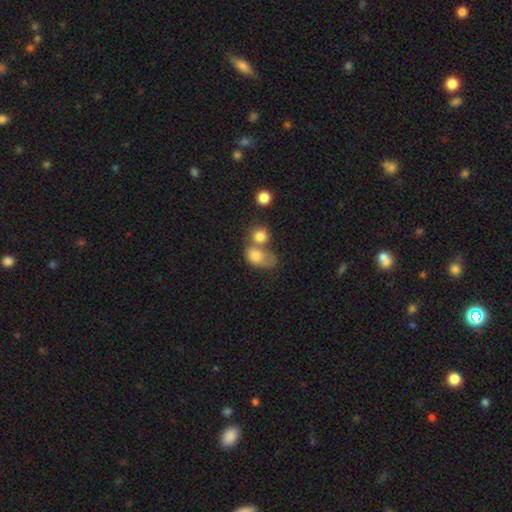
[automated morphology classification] type=smooth (77%); roundness=in between (62%); merging=merger (57%).